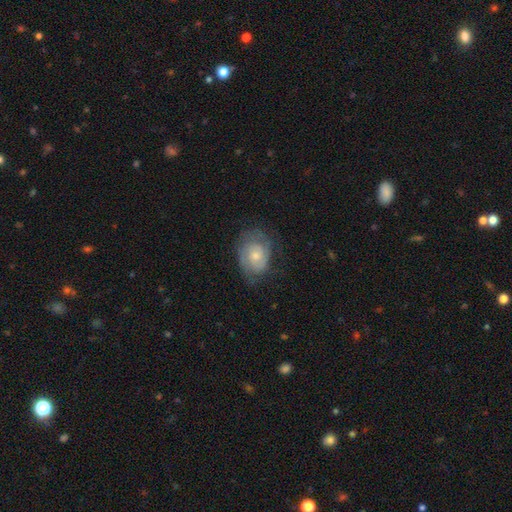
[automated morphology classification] This is likely a featured or disk galaxy (69%). It is clearly not viewed edge-on (97%). Bar: likely no (75%). Spiral arm pattern: clearly yes (87%). Spiral arm count: possibly 2 (45%). Spiral winding: likely tight (61%). Central bulge: possibly small (55%). Merging: likely none (64%).